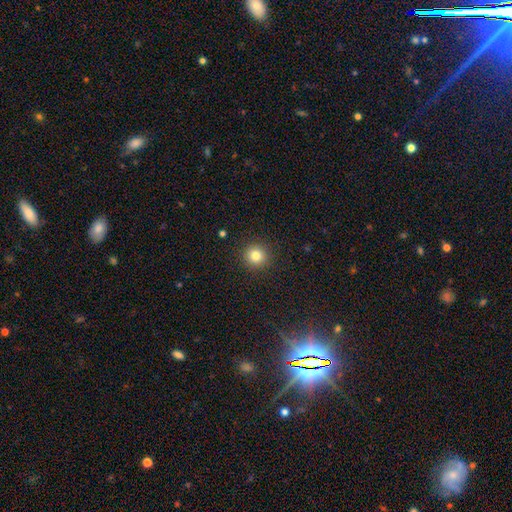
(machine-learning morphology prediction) Smooth or featured?
  - smooth: 82% *
  - star or artifact: 12%
  - featured or disk: 6%
How rounded?
  - round: 94% *
  - in between: 5%
  - cigar-shaped: 1%
Merging?
  - none: 92% *
  - minor disturbance: 5%
  - major disturbance: 2%
  - merger: 1%